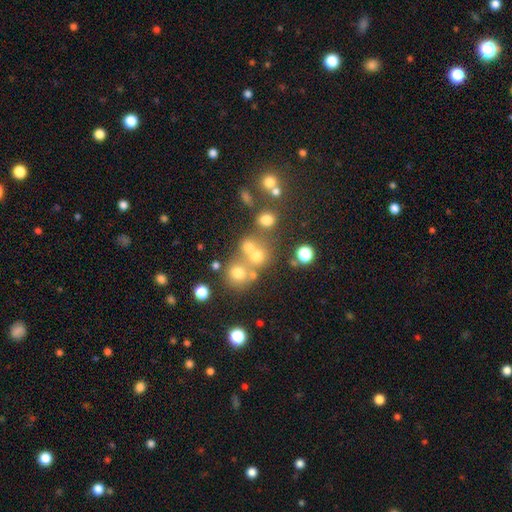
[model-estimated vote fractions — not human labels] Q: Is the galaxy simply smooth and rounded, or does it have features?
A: smooth — 56%.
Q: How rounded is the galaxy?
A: round — 82%.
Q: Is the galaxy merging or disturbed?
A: none — 52%.